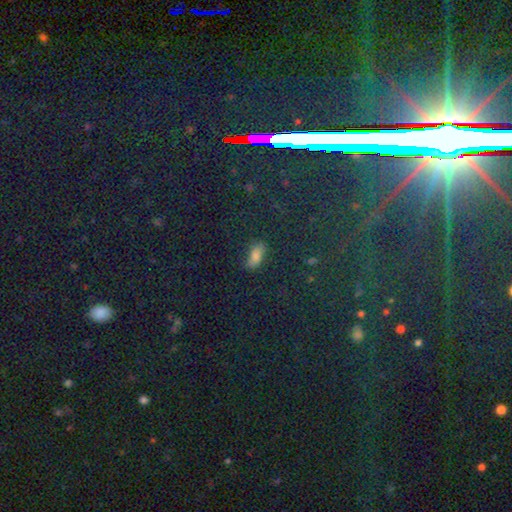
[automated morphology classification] Q: Smooth or featured?
A: smooth (60%); runner-up: star or artifact (24%)
Q: How rounded?
A: in between (80%); runner-up: cigar-shaped (13%)
Q: Merging?
A: none (72%); runner-up: minor disturbance (18%)